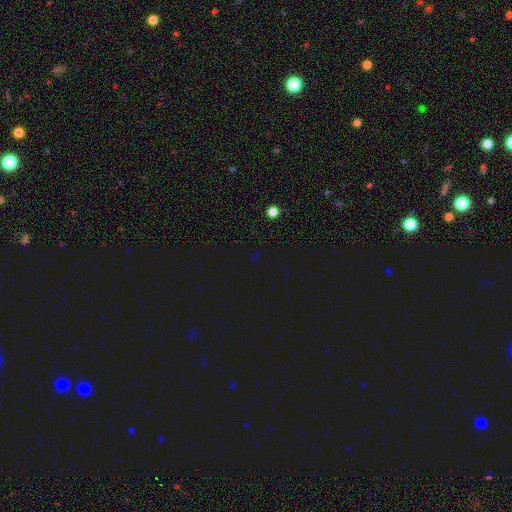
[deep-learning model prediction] A star or artifact, not a galaxy (72%).

Vote fractions:
- Smooth or featured? star or artifact: 72% / smooth: 21% / featured or disk: 7%